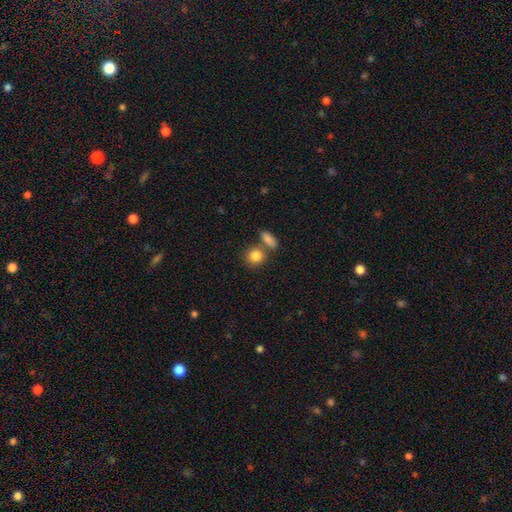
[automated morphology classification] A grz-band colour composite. It shows a smooth galaxy with no disk features (85%) that is round (72%). Merging: none (57%).